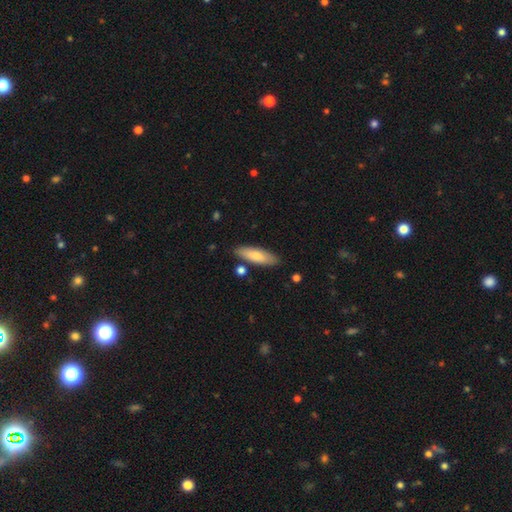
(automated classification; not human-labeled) Morphology: type=smooth (78%); roundness=cigar-shaped (52%); merging=none (84%).